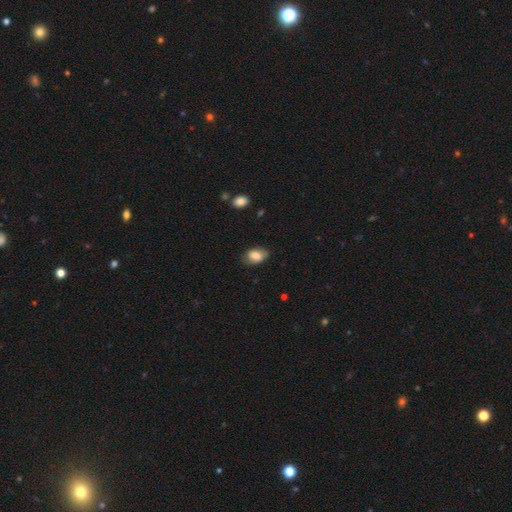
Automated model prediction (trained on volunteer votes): The model was most divided on "merging": none: 73%, minor disturbance: 21%, major disturbance: 5%, merger: 1%. More confident: how rounded — in between (87%); smooth or featured — smooth (79%).